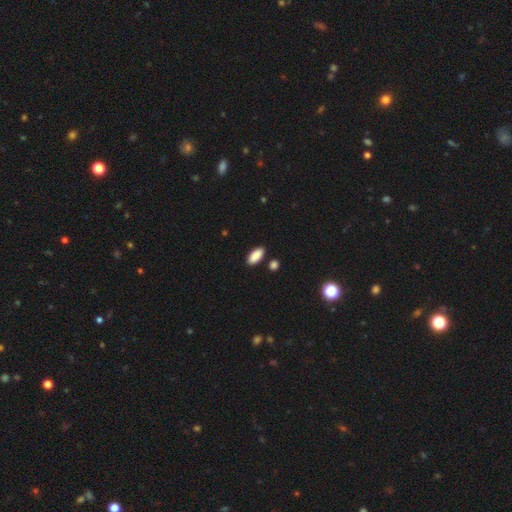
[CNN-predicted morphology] type=smooth (90%); roundness=in between (90%); merging=none (86%).